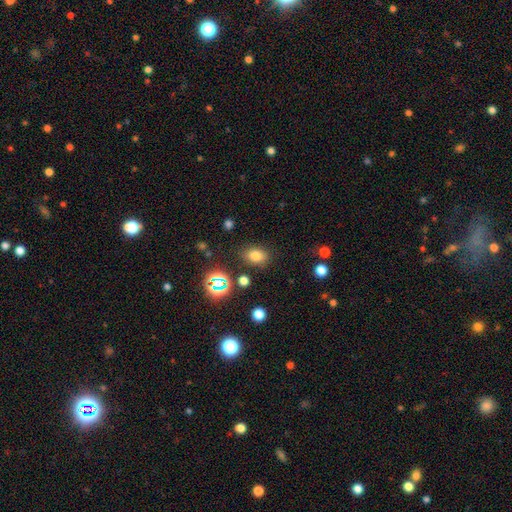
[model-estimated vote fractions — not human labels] A smooth galaxy with no disk features (74%) that is in between round and cigar-shaped (72%).

Vote fractions:
- Smooth or featured? smooth: 74% / star or artifact: 19% / featured or disk: 8%
- How rounded? in between: 72% / round: 27% / cigar-shaped: 1%
- Merging? none: 82% / minor disturbance: 11% / major disturbance: 4% / merger: 3%